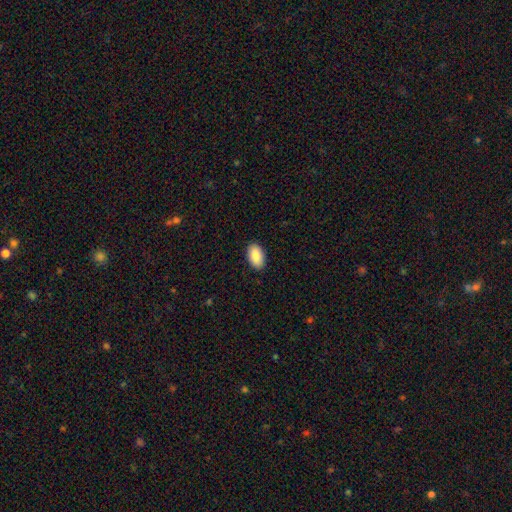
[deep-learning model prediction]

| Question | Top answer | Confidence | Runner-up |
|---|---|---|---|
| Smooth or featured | smooth | 89% | star or artifact (6%) |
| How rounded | in between | 95% | round (4%) |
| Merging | none | 90% | minor disturbance (8%) |